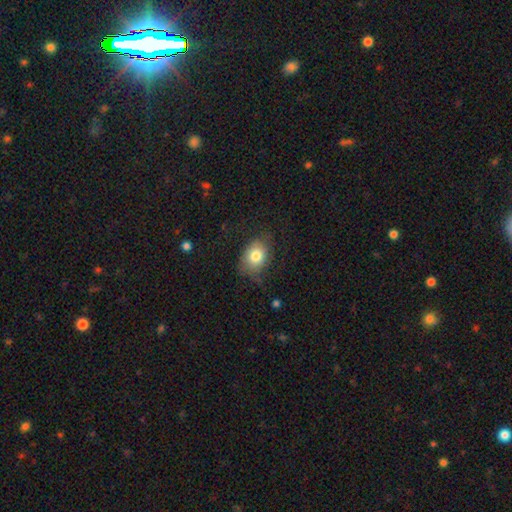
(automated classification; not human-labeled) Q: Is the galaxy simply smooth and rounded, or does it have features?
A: smooth — 78%.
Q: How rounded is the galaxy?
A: in between — 69%.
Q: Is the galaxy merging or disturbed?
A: none — 63%.